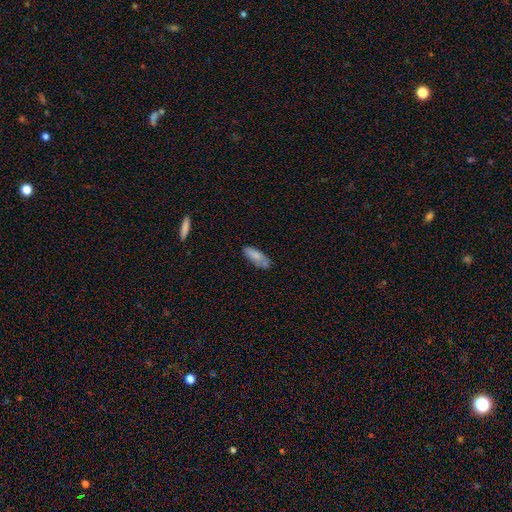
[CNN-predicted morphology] Smooth or featured?
  - smooth: 80% *
  - featured or disk: 13%
  - star or artifact: 7%
How rounded?
  - in between: 70% *
  - cigar-shaped: 28%
  - round: 2%
Merging?
  - none: 65% *
  - minor disturbance: 25%
  - major disturbance: 6%
  - merger: 4%